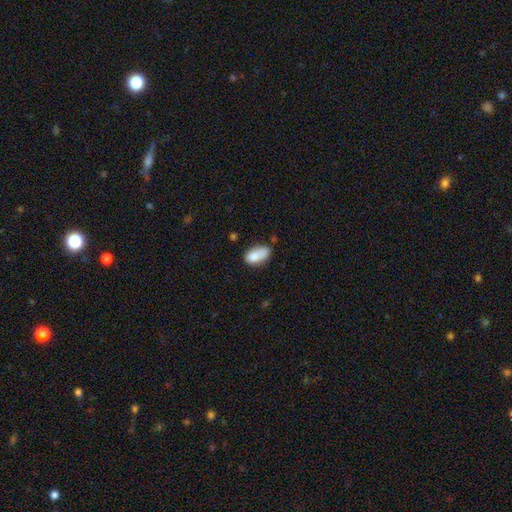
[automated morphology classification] Smooth or featured: smooth — 81% (featured or disk — 11%)
How rounded: in between — 91% (round — 5%)
Merging: none — 47% (minor disturbance — 31%)